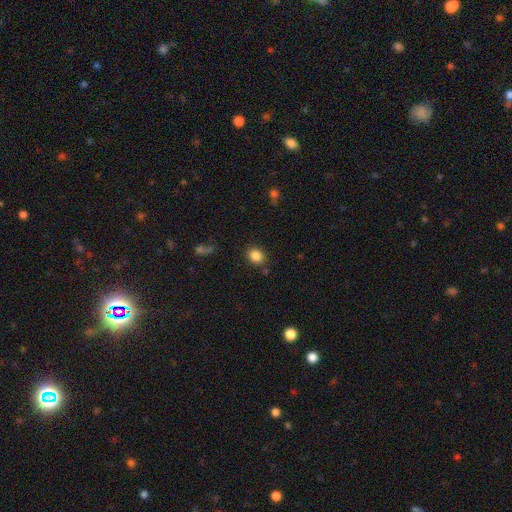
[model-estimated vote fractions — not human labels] The model was most divided on "how rounded": round: 65%, in between: 34%, cigar-shaped: 1%. More confident: smooth or featured — smooth (85%); merging — none (83%).